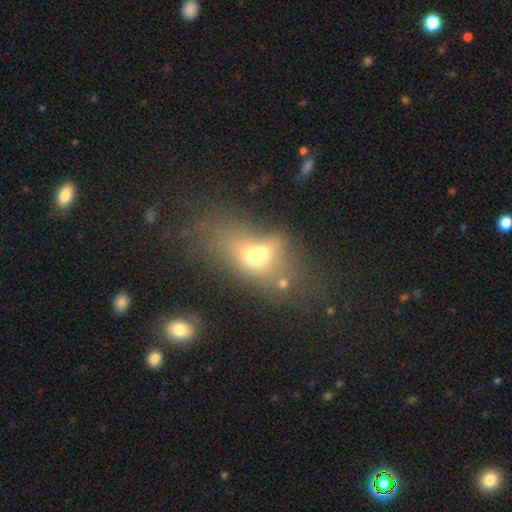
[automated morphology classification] Smooth or featured? smooth (51%)
How rounded? in between (65%)
Merging? merger (57%)